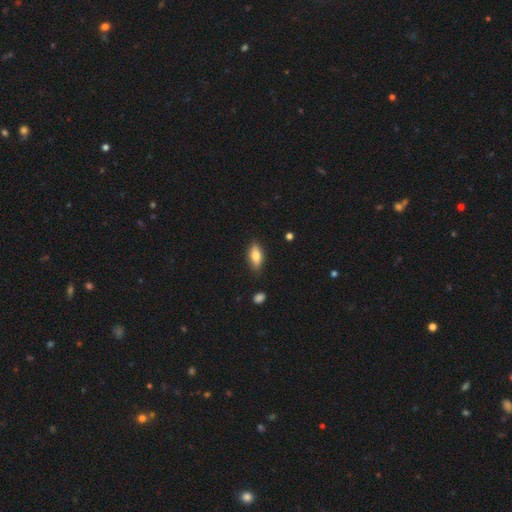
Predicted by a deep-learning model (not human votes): Smooth or featured?
  - smooth: 72% *
  - featured or disk: 21%
  - star or artifact: 7%
How rounded?
  - in between: 76% *
  - cigar-shaped: 21%
  - round: 3%
Merging?
  - none: 84% *
  - minor disturbance: 12%
  - major disturbance: 2%
  - merger: 1%